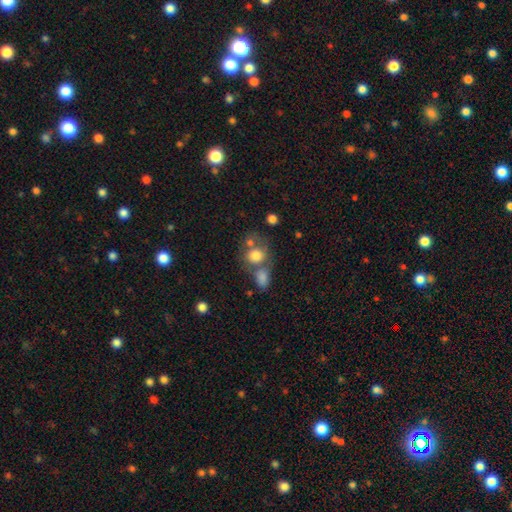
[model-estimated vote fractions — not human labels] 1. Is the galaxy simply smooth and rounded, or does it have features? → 76% smooth, 14% featured or disk, 10% star or artifact.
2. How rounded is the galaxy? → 69% round, 30% in between, 1% cigar-shaped.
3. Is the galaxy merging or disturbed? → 40% merger, 39% none, 12% minor disturbance, 8% major disturbance.